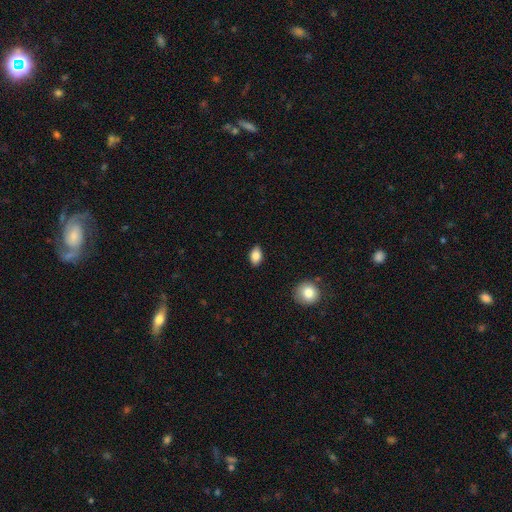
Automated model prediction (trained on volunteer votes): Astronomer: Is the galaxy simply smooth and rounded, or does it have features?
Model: smooth — 84%.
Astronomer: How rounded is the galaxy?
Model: in between — 86%.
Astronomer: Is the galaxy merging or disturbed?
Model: none — 86%.